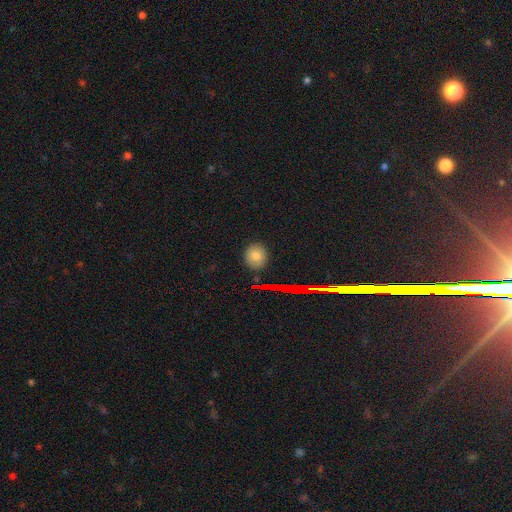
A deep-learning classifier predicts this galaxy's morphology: A smooth galaxy with no disk features (75%) that is round (74%). Merging: none (87%).